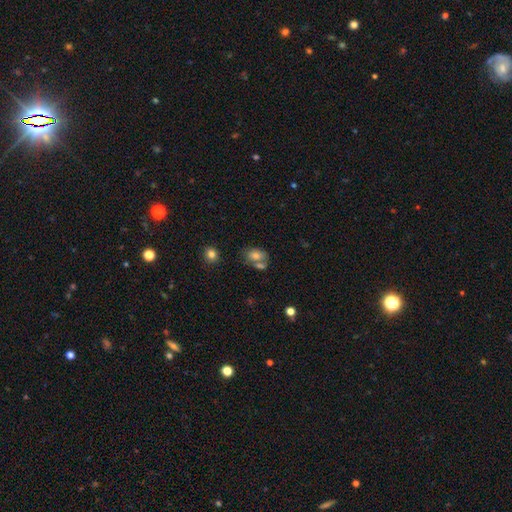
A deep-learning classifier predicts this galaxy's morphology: A smooth galaxy with no disk features (72%) that is in between round and cigar-shaped (74%).

Vote fractions:
- Smooth or featured? smooth: 72% / featured or disk: 18% / star or artifact: 10%
- How rounded? in between: 74% / round: 24% / cigar-shaped: 2%
- Merging? none: 42% / merger: 34% / minor disturbance: 16% / major disturbance: 7%